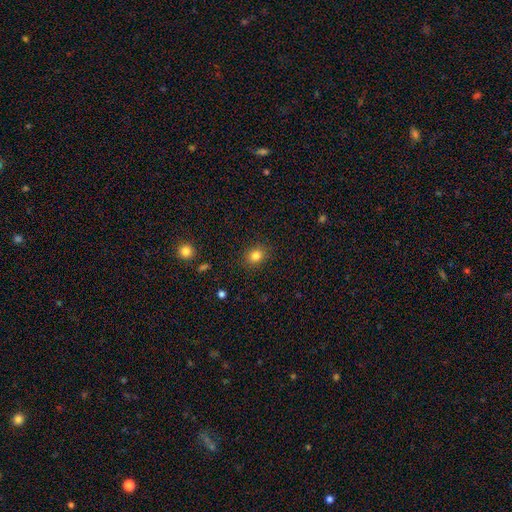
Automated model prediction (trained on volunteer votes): Smooth or featured?
  - smooth: 83% *
  - star or artifact: 11%
  - featured or disk: 6%
How rounded?
  - round: 57% *
  - in between: 42%
  - cigar-shaped: 1%
Merging?
  - none: 87% *
  - minor disturbance: 9%
  - major disturbance: 3%
  - merger: 1%